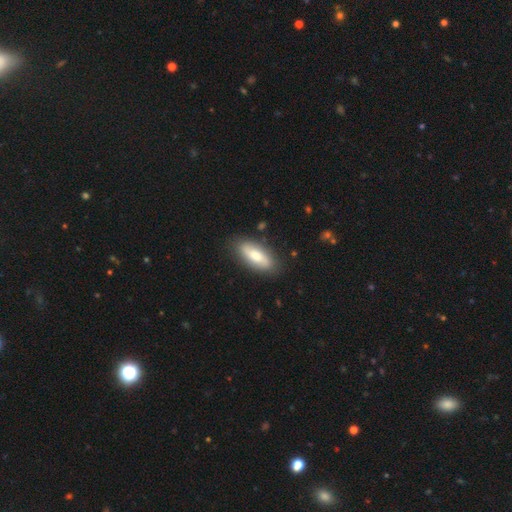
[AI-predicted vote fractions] A smooth galaxy with no disk features (68%) that is in between round and cigar-shaped (78%). Merging: none (84%).